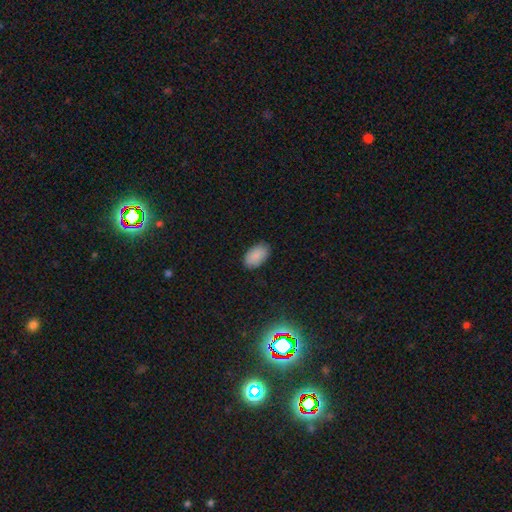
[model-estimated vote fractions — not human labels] Smooth or featured? smooth (89%)
How rounded? in between (93%)
Merging? none (85%)